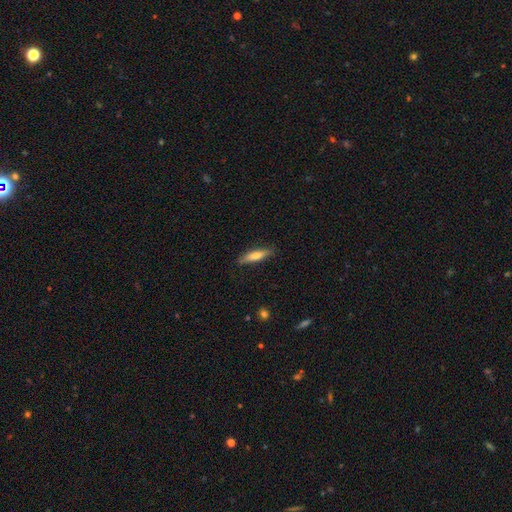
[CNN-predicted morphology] A smooth galaxy with no disk features (63%) that is cigar-shaped (81%). Merging: none (86%).